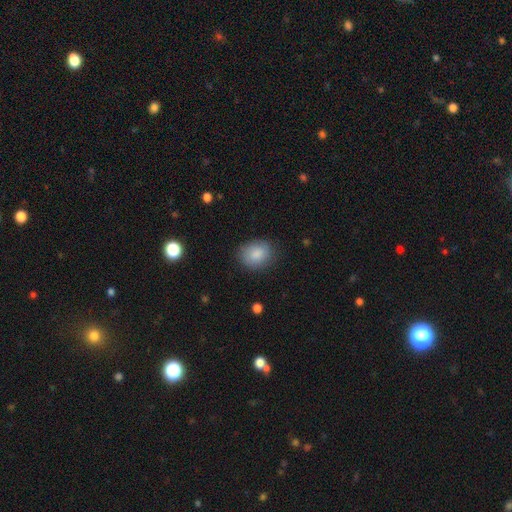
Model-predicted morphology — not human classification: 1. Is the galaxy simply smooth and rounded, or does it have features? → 84% smooth, 8% featured or disk, 7% star or artifact.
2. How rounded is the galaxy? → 51% round, 48% in between, 1% cigar-shaped.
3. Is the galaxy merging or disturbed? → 80% none, 15% minor disturbance, 4% major disturbance, 1% merger.